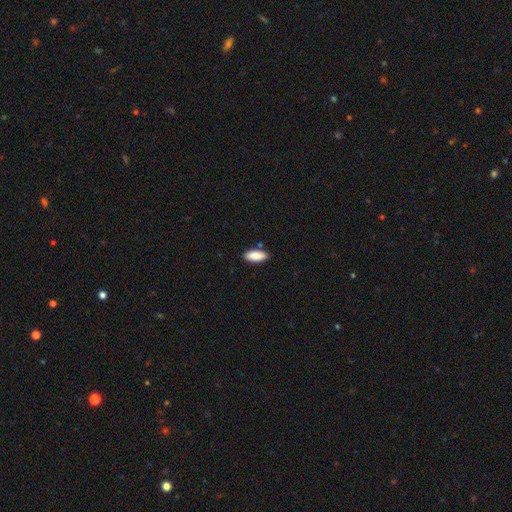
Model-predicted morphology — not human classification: A smooth galaxy with no disk features (88%) that is in between round and cigar-shaped (77%).

Vote fractions:
- Smooth or featured? smooth: 88% / star or artifact: 6% / featured or disk: 6%
- How rounded? in between: 77% / cigar-shaped: 21% / round: 2%
- Merging? none: 86% / minor disturbance: 10% / merger: 2% / major disturbance: 2%